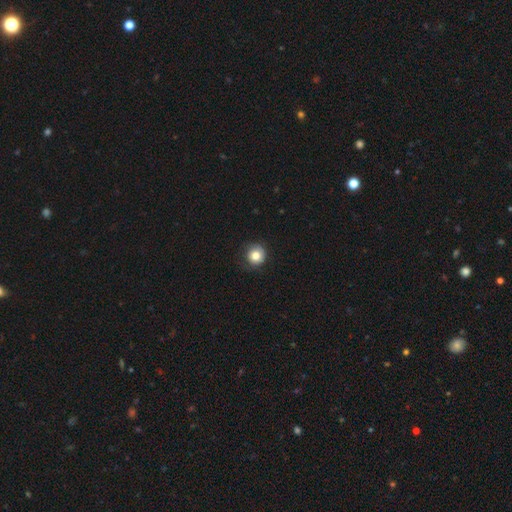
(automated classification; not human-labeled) A smooth galaxy with no disk features (80%) that is round (91%). Merging: none (75%).